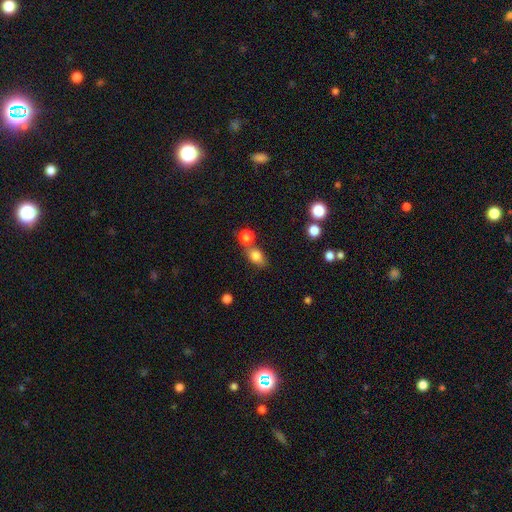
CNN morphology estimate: A smooth galaxy with no disk features (80%) that is in between round and cigar-shaped (72%).

Vote fractions:
- Smooth or featured? smooth: 80% / star or artifact: 11% / featured or disk: 9%
- How rounded? in between: 72% / round: 25% / cigar-shaped: 3%
- Merging? none: 56% / merger: 27% / minor disturbance: 13% / major disturbance: 4%